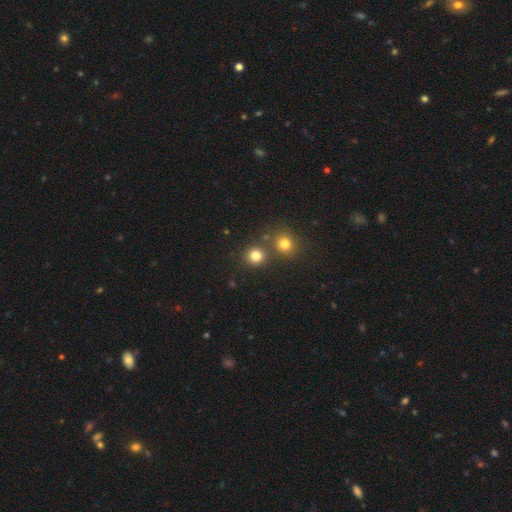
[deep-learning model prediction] smooth-or-featured: smooth: 79% | star or artifact: 15% | featured or disk: 6%
  how-rounded: round: 90% | in between: 9% | cigar-shaped: 1%
  merging: none: 74% | merger: 16% | minor disturbance: 6% | major disturbance: 3%